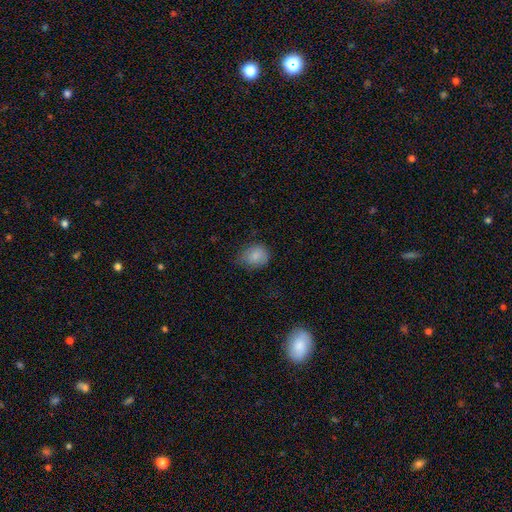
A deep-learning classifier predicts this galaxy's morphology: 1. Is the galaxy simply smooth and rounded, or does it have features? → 83% smooth, 8% featured or disk, 8% star or artifact.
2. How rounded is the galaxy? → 57% round, 42% in between, 1% cigar-shaped.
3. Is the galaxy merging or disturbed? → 64% none, 28% minor disturbance, 7% major disturbance, 1% merger.